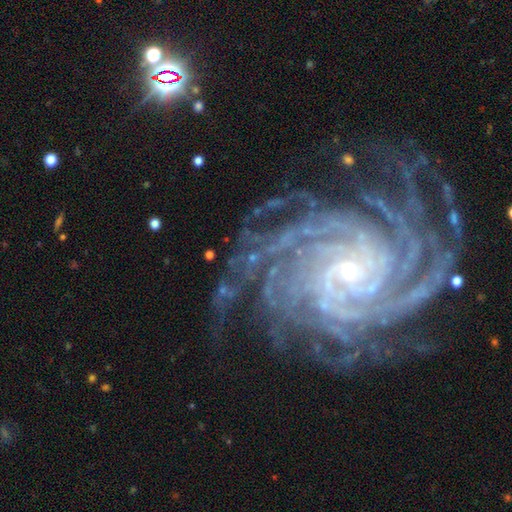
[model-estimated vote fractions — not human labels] The model was most divided on "spiral arm count": more than 4: 40%, 4: 16%, can't tell: 15%, 3: 10%, 2: 10%, 1: 8%. More confident: spiral arms — yes (98%); edge-on disk — no (98%); smooth or featured — featured or disk (89%); bulge size — small (82%); spiral winding — tight (78%); merging — none (74%); bar — no (65%).